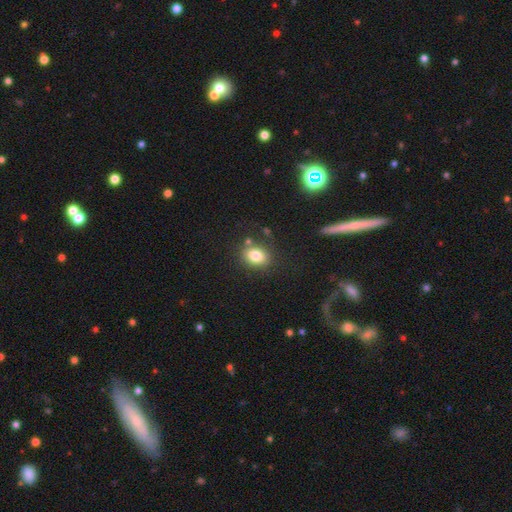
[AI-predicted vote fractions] This appears to be a smooth galaxy with no disk features (82%) that is in between round and cigar-shaped (62%). Merging: none (76%).